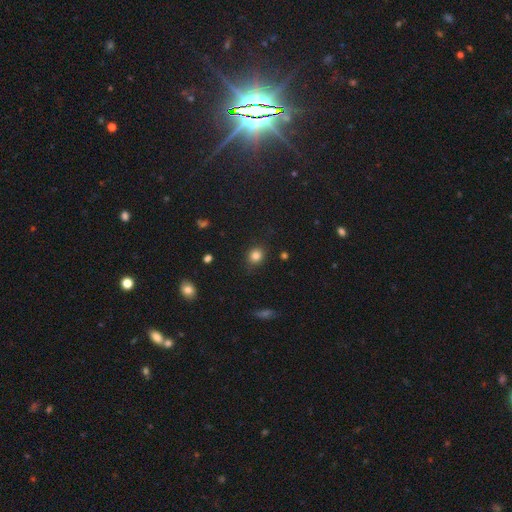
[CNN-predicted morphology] This appears to be a smooth galaxy with no disk features (83%) that is round (82%). Merging: none (82%).